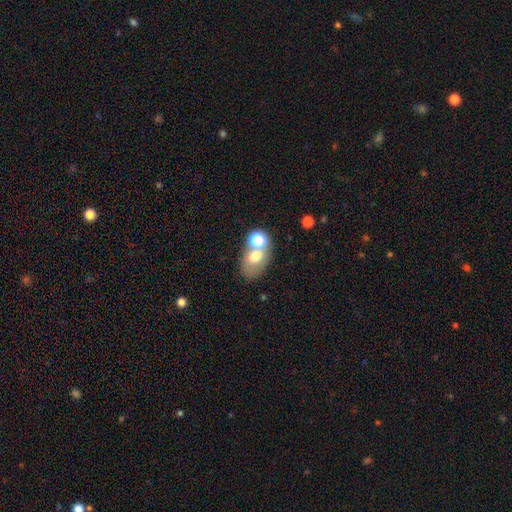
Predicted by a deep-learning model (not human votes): The model was most divided on "merging": merger: 42%, none: 38%, minor disturbance: 12%, major disturbance: 8%. More confident: how rounded — in between (71%); smooth or featured — smooth (64%).